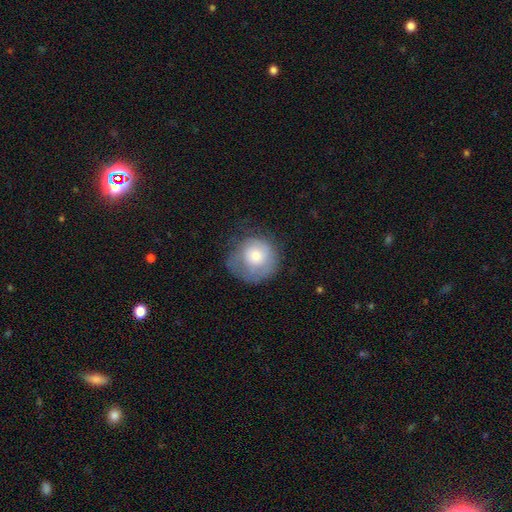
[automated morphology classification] smooth 65%, featured or disk 27%, star or artifact 8%. Down the decision tree: how rounded — round (88%); merging — none (52%).